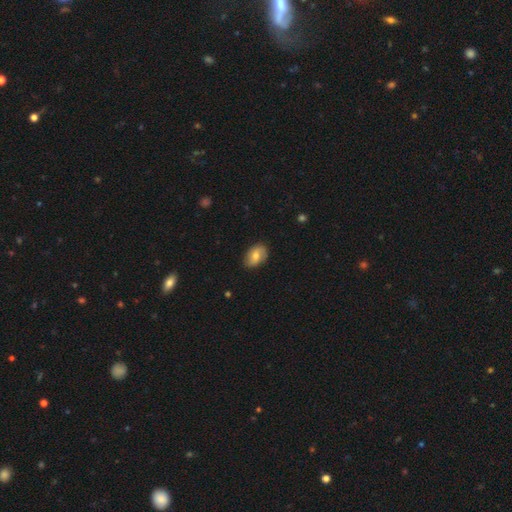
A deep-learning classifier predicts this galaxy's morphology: This appears to be a smooth galaxy with no disk features (60%) that is in between round and cigar-shaped (85%). Merging: none (79%).